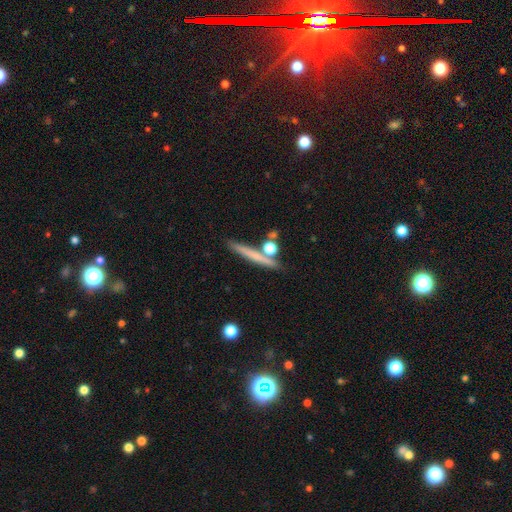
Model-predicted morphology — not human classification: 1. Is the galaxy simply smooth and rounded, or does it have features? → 57% smooth, 35% featured or disk, 9% star or artifact.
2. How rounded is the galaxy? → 88% cigar-shaped, 7% round, 5% in between.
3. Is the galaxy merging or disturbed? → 79% none, 9% minor disturbance, 9% merger, 3% major disturbance.